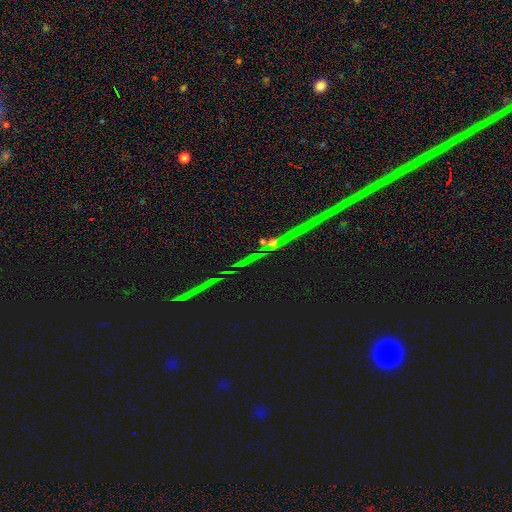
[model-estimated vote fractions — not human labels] A star or artifact, not a galaxy (86%).

Vote fractions:
- Smooth or featured? star or artifact: 86% / featured or disk: 8% / smooth: 6%